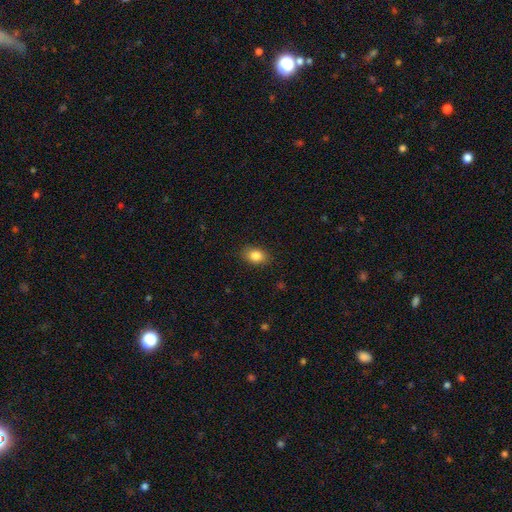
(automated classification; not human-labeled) This appears to be a smooth galaxy with no disk features (85%) that is in between round and cigar-shaped (74%). Merging: none (86%).